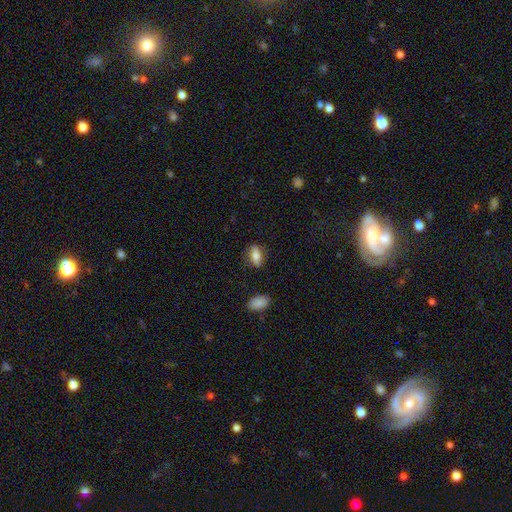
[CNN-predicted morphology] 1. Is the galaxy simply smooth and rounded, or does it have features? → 77% smooth, 15% featured or disk, 8% star or artifact.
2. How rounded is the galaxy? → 81% in between, 12% cigar-shaped, 6% round.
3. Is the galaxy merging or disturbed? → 80% none, 15% minor disturbance, 4% major disturbance, 2% merger.